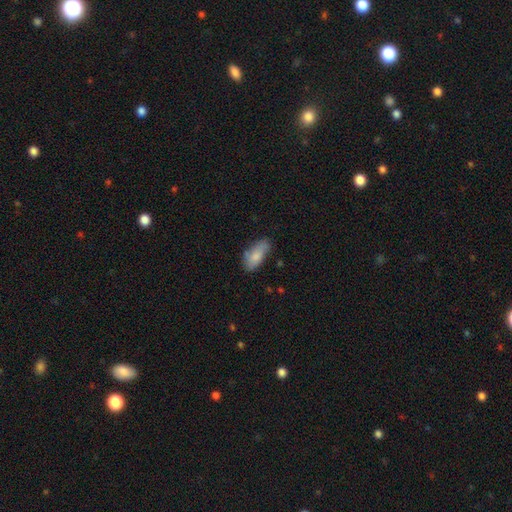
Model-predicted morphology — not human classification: A smooth galaxy with no disk features (79%) that is in between round and cigar-shaped (88%). Merging: none (59%).